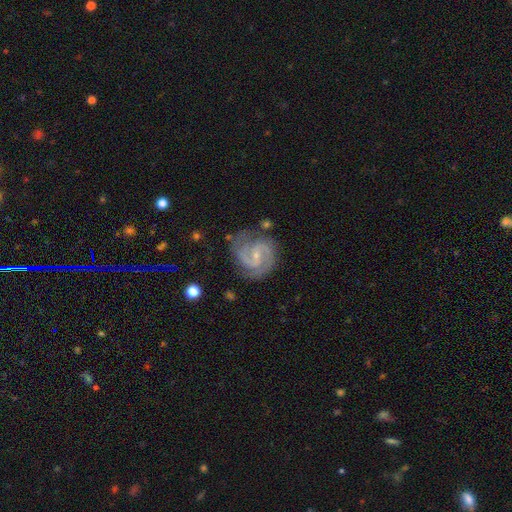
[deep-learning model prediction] A featured or disk galaxy (90%) with a weak bar (50%), 2 (80%) medium (54%) spiral arms (98%) and a small central bulge (76%).

Vote fractions:
- Smooth or featured? featured or disk: 90% / smooth: 5% / star or artifact: 5%
- Edge-on disk? no: 98% / yes: 2%
- Bar? weak: 50% / no: 33% / strong: 17%
- Spiral arms? yes: 98% / no: 2%
- Spiral winding? medium: 54% / tight: 35% / loose: 11%
- Spiral arm count? 2: 80% / 3: 9% / can't tell: 5% / 1: 2% / 4: 2% / more than 4: 2%
- Bulge size? small: 76% / moderate: 19% / none: 3% / large: 1% / dominant: 1%
- Merging? none: 71% / minor disturbance: 19% / major disturbance: 7% / merger: 3%